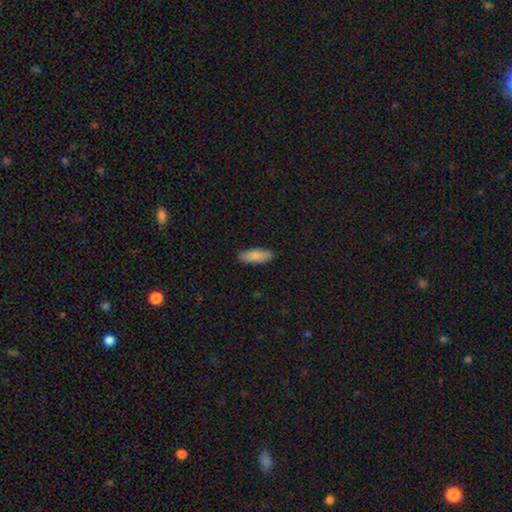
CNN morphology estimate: A smooth galaxy with no disk features (87%) that is in between round and cigar-shaped (70%). Merging: none (88%).